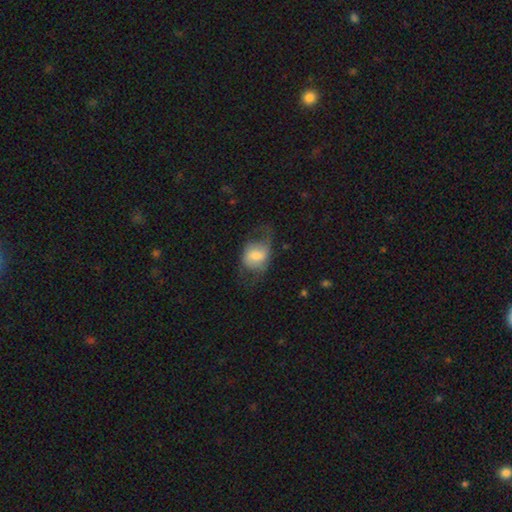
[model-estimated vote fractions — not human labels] Q: Smooth or featured?
A: smooth (54%); runner-up: featured or disk (38%)
Q: How rounded?
A: in between (61%); runner-up: round (38%)
Q: Merging?
A: none (36%); tied with: major disturbance (36%)